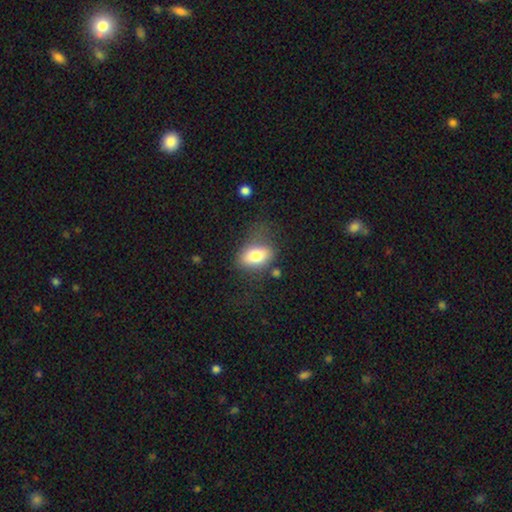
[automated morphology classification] type=smooth (75%); roundness=in between (85%); merging=none (55%).